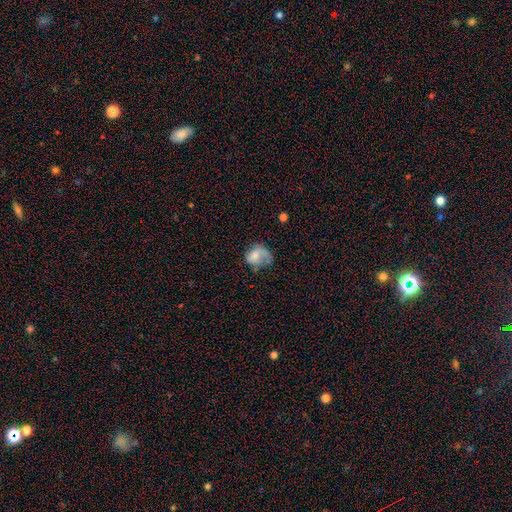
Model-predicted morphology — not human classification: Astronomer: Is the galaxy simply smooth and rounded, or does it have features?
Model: smooth — 53% (runner-up: featured or disk, 38%).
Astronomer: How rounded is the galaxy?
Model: round — 51% (runner-up: in between, 48%).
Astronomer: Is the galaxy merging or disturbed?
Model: none — 37% (runner-up: major disturbance, 31%).